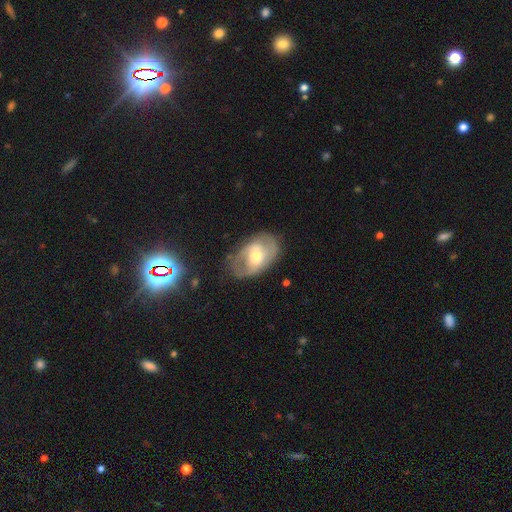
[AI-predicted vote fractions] Q: Smooth or featured?
A: featured or disk (61%); runner-up: smooth (33%)
Q: Edge-on disk?
A: no (94%); runner-up: yes (6%)
Q: Bar?
A: no (47%); runner-up: weak (39%)
Q: Spiral arms?
A: yes (67%); runner-up: no (33%)
Q: Bulge size?
A: moderate (63%); runner-up: small (28%)
Q: Merging?
A: none (67%); runner-up: minor disturbance (21%)